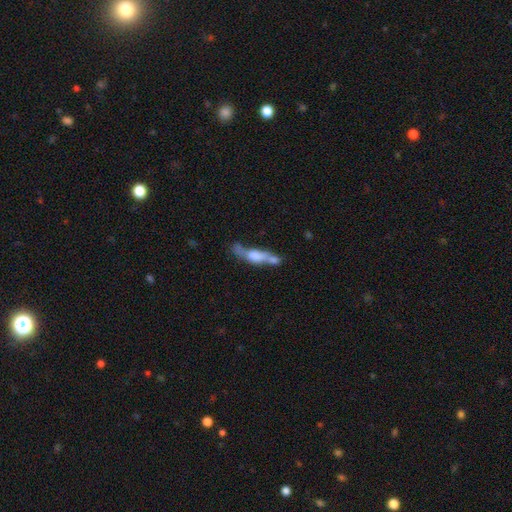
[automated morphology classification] A featured or disk galaxy (55%) viewed edge-on (68%).

Vote fractions:
- Smooth or featured? featured or disk: 55% / smooth: 36% / star or artifact: 9%
- Edge-on disk? yes: 68% / no: 32%
- Merging? none: 39% / merger: 32% / minor disturbance: 18% / major disturbance: 12%